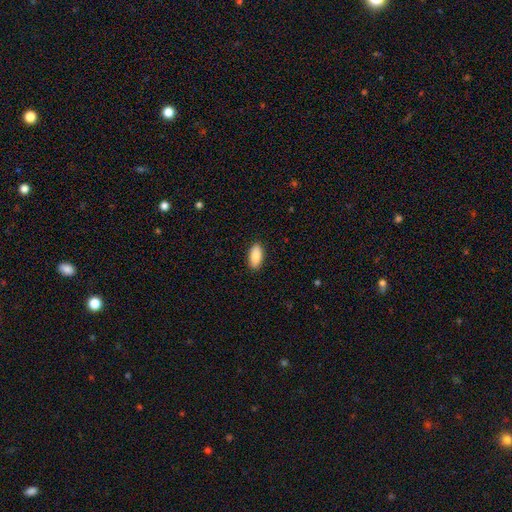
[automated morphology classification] Smooth or featured?
  - smooth: 89% *
  - star or artifact: 6%
  - featured or disk: 5%
How rounded?
  - in between: 91% *
  - cigar-shaped: 7%
  - round: 2%
Merging?
  - none: 90% *
  - minor disturbance: 7%
  - major disturbance: 2%
  - merger: 1%